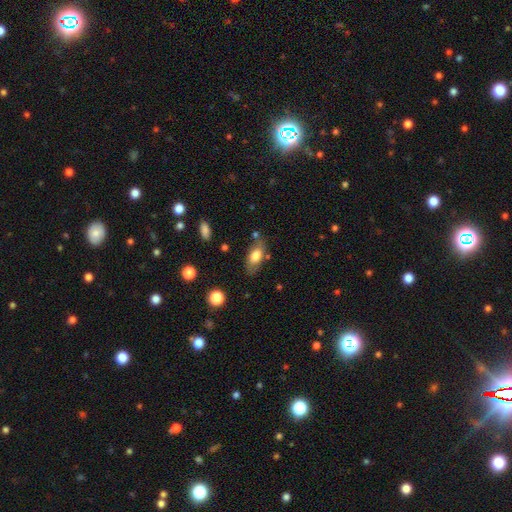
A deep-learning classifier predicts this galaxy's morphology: Smooth or featured: smooth — 71% (featured or disk — 21%)
How rounded: in between — 87% (cigar-shaped — 9%)
Merging: none — 70% (minor disturbance — 19%)